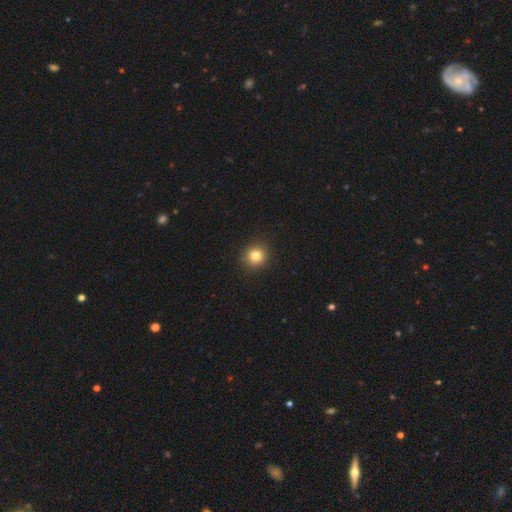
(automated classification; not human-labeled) This is clearly a smooth galaxy (82%). How rounded: clearly round (90%). Merging: clearly none (91%).